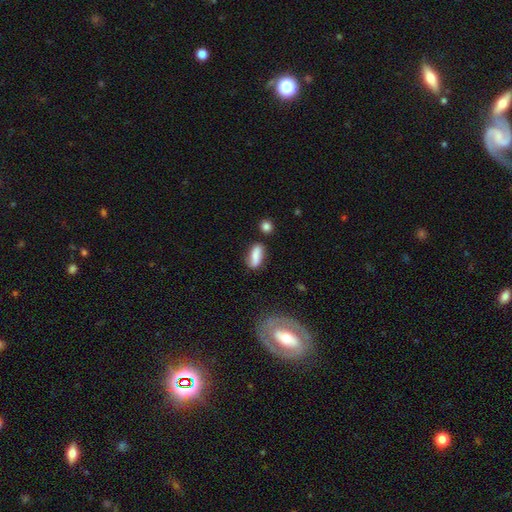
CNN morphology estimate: Overall: smooth (74%). How rounded: in between (68%). Merging: none (72%).